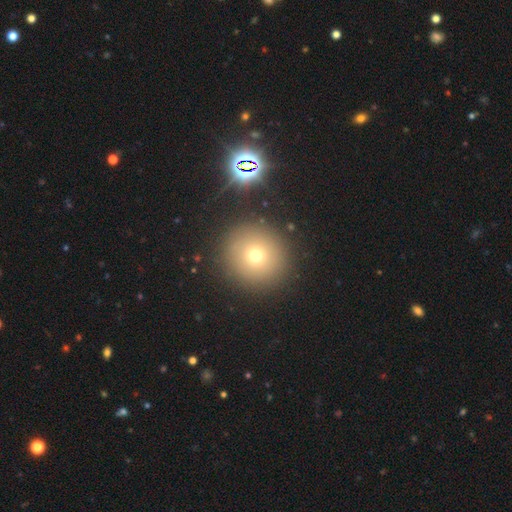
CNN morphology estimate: smooth-or-featured: smooth: 68% | star or artifact: 20% | featured or disk: 12%
  how-rounded: round: 94% | in between: 5% | cigar-shaped: 1%
  merging: none: 88% | minor disturbance: 6% | major disturbance: 3% | merger: 3%